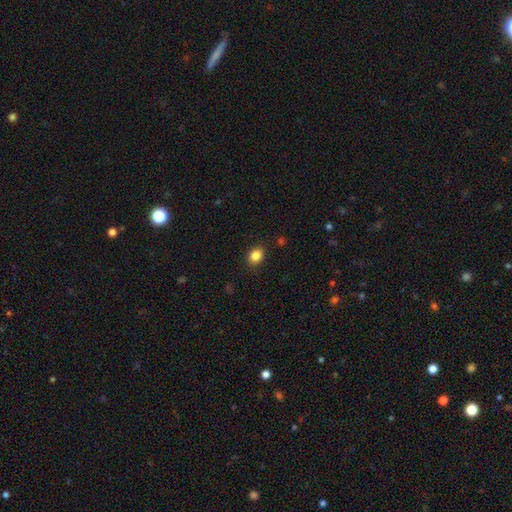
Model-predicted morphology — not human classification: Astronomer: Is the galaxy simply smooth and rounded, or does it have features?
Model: smooth — 85%.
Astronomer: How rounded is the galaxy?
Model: in between — 50% (runner-up: round, 49%).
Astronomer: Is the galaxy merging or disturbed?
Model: none — 88%.